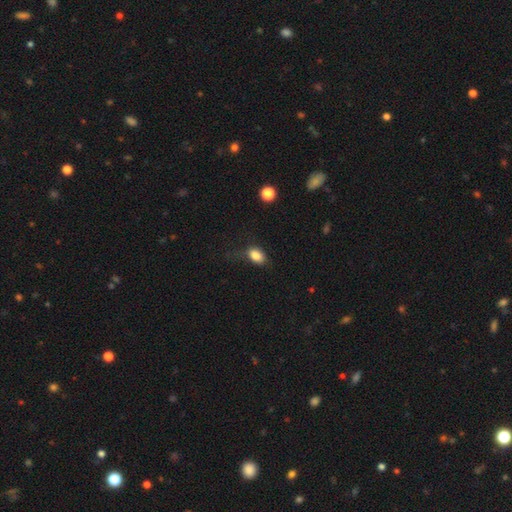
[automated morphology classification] This is clearly a smooth galaxy (84%). How rounded: clearly in between (82%). Merging: possibly none (55%).